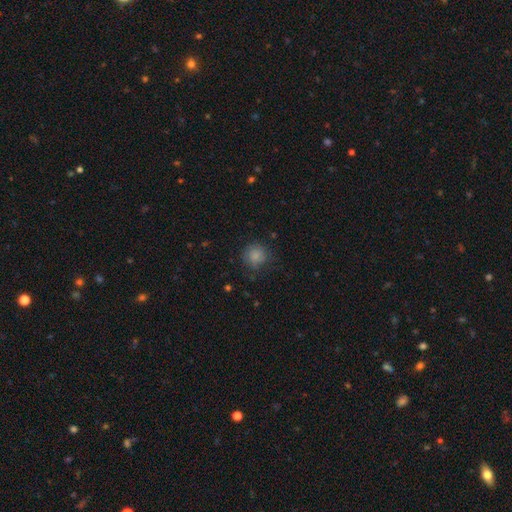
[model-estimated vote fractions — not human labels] Smooth or featured? smooth (83%)
How rounded? round (89%)
Merging? none (74%)